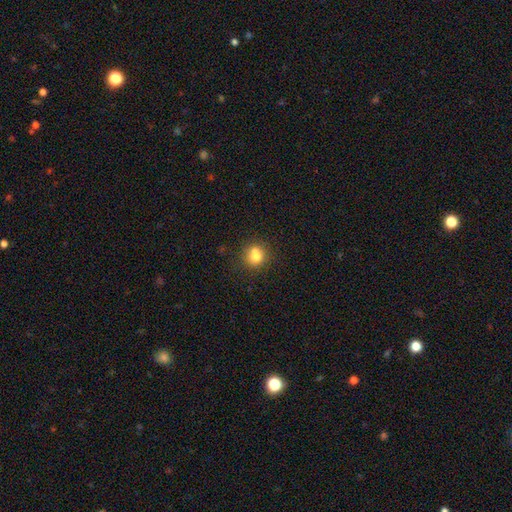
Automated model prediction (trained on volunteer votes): Smooth or featured?
  - smooth: 74% *
  - featured or disk: 14%
  - star or artifact: 11%
How rounded?
  - round: 82% *
  - in between: 17%
  - cigar-shaped: 1%
Merging?
  - none: 53% *
  - merger: 32%
  - minor disturbance: 11%
  - major disturbance: 4%